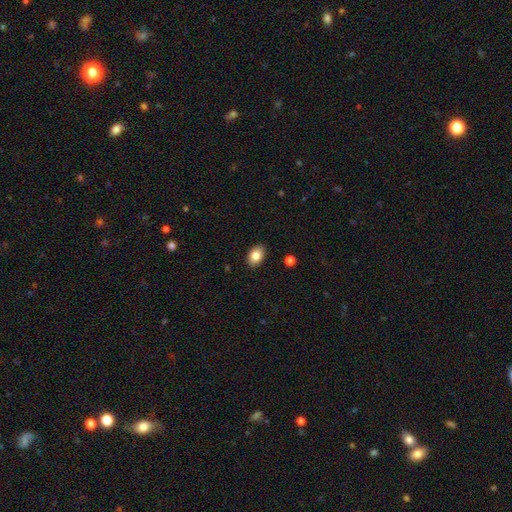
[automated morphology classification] type=smooth (83%); roundness=in between (84%); merging=none (89%).